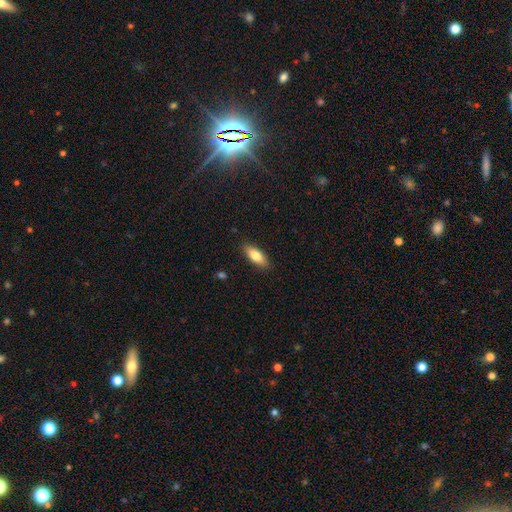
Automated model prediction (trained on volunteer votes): Morphology: type=smooth (78%); roundness=in between (71%); merging=none (87%).